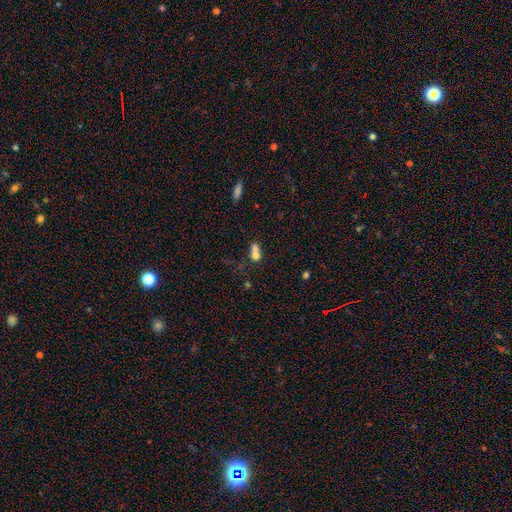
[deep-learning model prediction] Q: Smooth or featured?
A: smooth (68%); runner-up: featured or disk (19%)
Q: How rounded?
A: round (47%); tied with: in between (47%)
Q: Merging?
A: merger (63%); runner-up: none (22%)